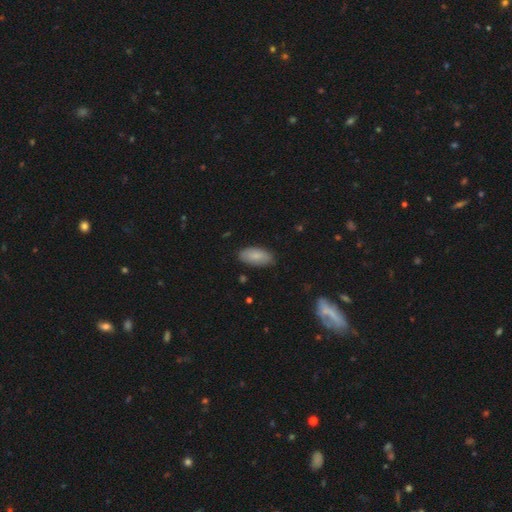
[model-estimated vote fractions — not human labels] Smooth or featured?
  - smooth: 83% *
  - featured or disk: 11%
  - star or artifact: 6%
How rounded?
  - in between: 91% *
  - cigar-shaped: 7%
  - round: 2%
Merging?
  - none: 81% *
  - minor disturbance: 15%
  - major disturbance: 3%
  - merger: 1%